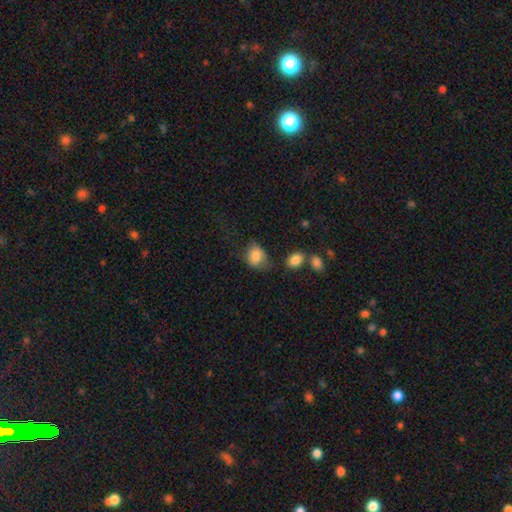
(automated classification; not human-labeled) Morphology: type=smooth (82%); roundness=in between (53%); merging=none (46%).